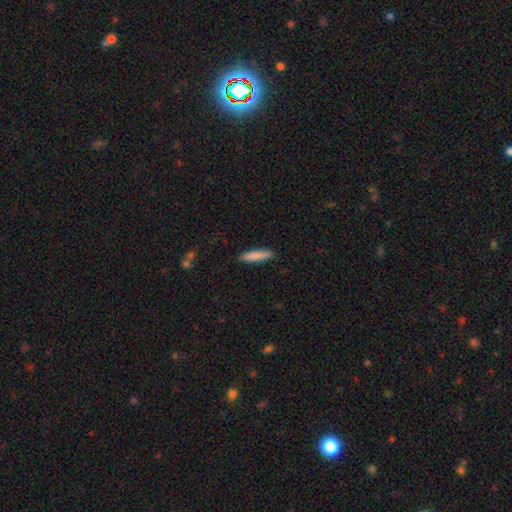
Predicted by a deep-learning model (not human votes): Q: Smooth or featured?
A: smooth (85%); runner-up: featured or disk (9%)
Q: How rounded?
A: cigar-shaped (85%); runner-up: in between (14%)
Q: Merging?
A: none (90%); runner-up: minor disturbance (7%)